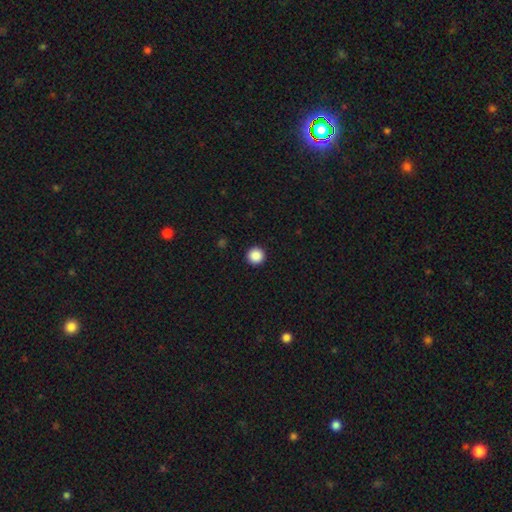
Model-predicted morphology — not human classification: Q: Smooth or featured?
A: smooth (88%); runner-up: star or artifact (10%)
Q: How rounded?
A: round (97%); runner-up: in between (3%)
Q: Merging?
A: none (94%); runner-up: minor disturbance (4%)